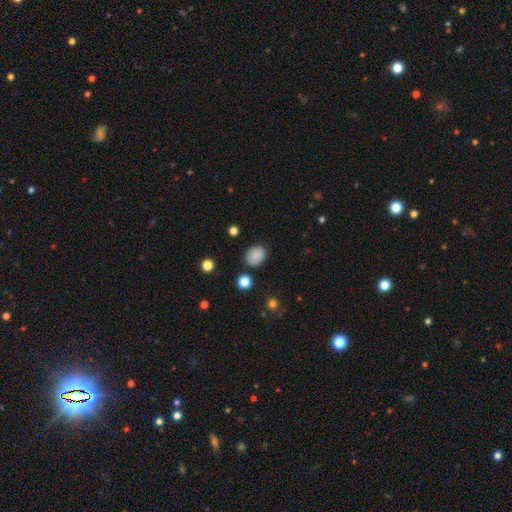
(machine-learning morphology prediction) This is clearly a smooth galaxy (84%). How rounded: likely round (67%). Merging: clearly none (82%).